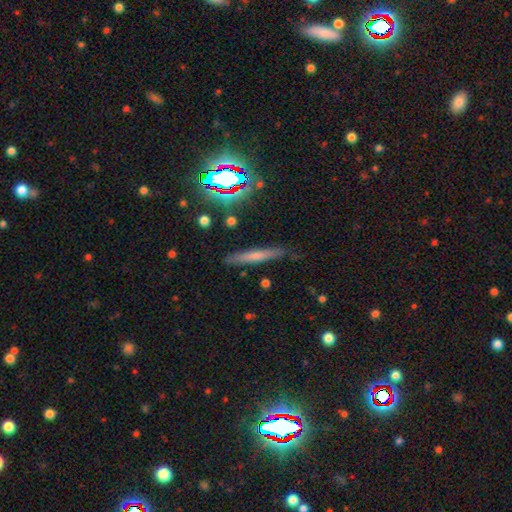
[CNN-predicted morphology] A smooth galaxy with no disk features (48%).

Vote fractions:
- Smooth or featured? smooth: 48% / featured or disk: 36% / star or artifact: 16%
- Merging? none: 84% / minor disturbance: 12% / major disturbance: 3% / merger: 2%